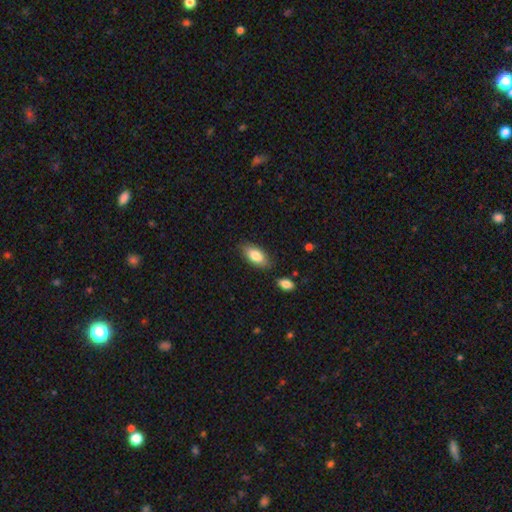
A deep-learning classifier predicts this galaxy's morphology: This appears to be a smooth galaxy with no disk features (82%) that is in between round and cigar-shaped (89%). Merging: none (81%).